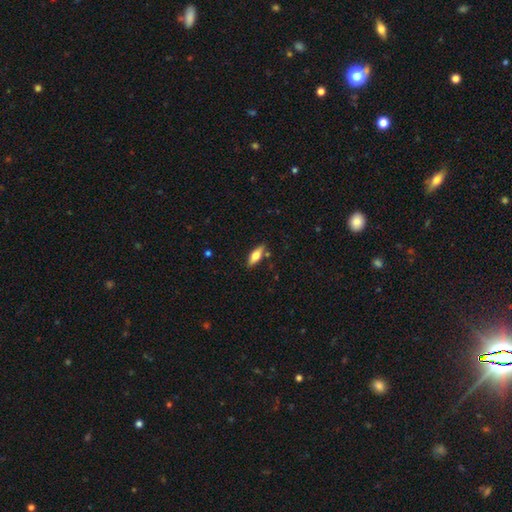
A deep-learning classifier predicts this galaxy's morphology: A smooth galaxy with no disk features (66%) that is in between round and cigar-shaped (71%).

Vote fractions:
- Smooth or featured? smooth: 66% / featured or disk: 27% / star or artifact: 6%
- How rounded? in between: 71% / cigar-shaped: 27% / round: 3%
- Merging? none: 80% / minor disturbance: 13% / merger: 4% / major disturbance: 3%